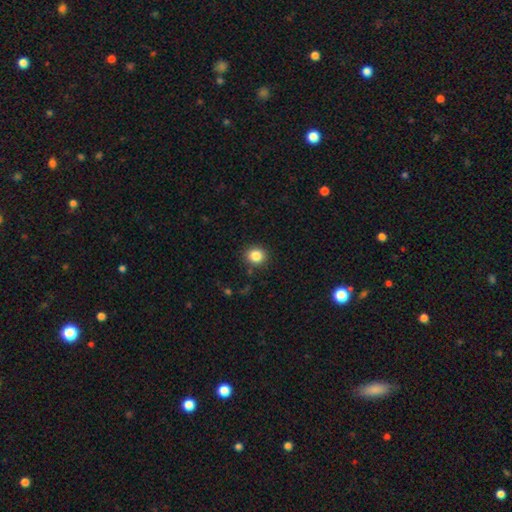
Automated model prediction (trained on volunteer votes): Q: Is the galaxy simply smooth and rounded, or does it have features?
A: smooth — 85%.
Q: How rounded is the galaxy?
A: round — 83%.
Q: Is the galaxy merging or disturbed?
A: none — 89%.